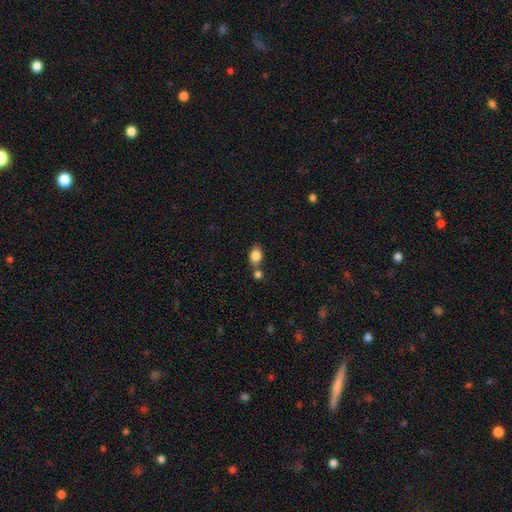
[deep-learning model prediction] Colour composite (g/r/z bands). It shows a smooth galaxy with no disk features (84%) that is in between round and cigar-shaped (74%). Merging: none (54%).